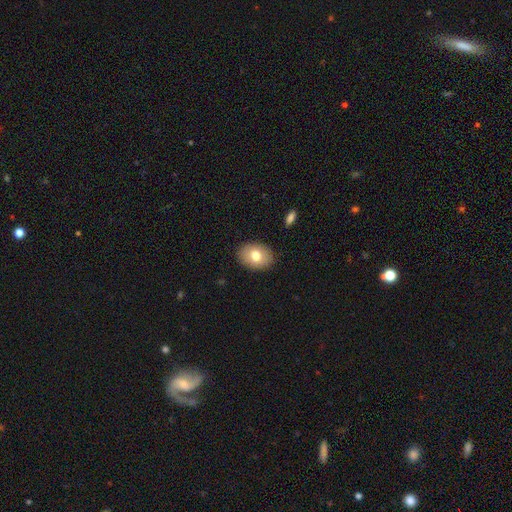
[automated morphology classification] smooth-or-featured: smooth: 75% | featured or disk: 17% | star or artifact: 8%
  how-rounded: in between: 71% | round: 28% | cigar-shaped: 1%
  merging: none: 88% | minor disturbance: 8% | major disturbance: 2% | merger: 1%